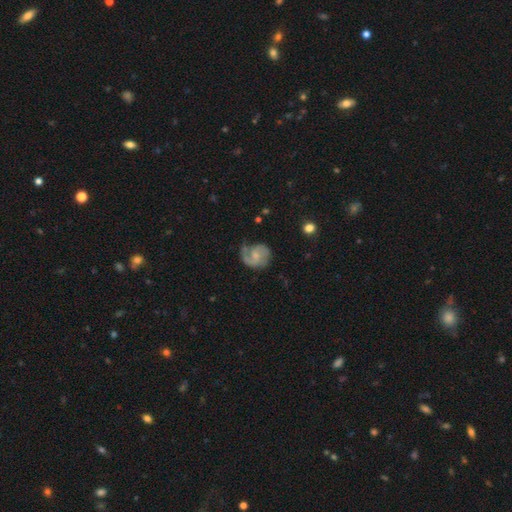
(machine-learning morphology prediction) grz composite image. It shows a featured or disk galaxy (75%) with no bar (53%), 2 (64%) medium (46%) spiral arms (94%) and a small central bulge (49%). Merging: none (58%).